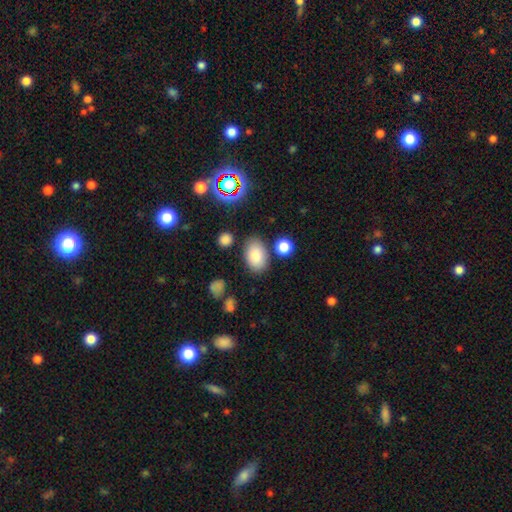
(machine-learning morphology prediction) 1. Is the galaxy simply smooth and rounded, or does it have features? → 82% smooth, 10% star or artifact, 8% featured or disk.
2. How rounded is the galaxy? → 89% in between, 10% round, 1% cigar-shaped.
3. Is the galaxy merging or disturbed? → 79% none, 12% minor disturbance, 6% merger, 4% major disturbance.